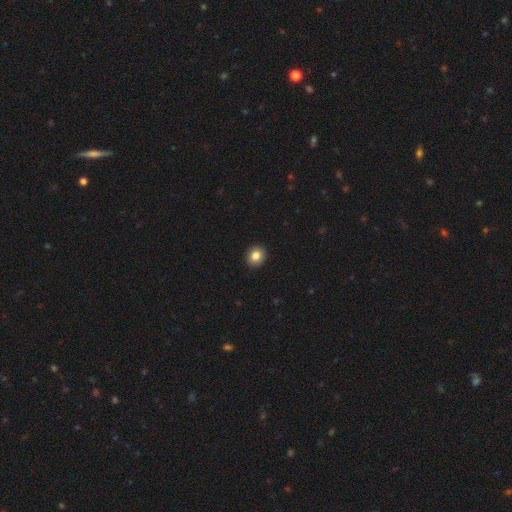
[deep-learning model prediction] Q: Smooth or featured?
A: smooth (84%); runner-up: star or artifact (9%)
Q: How rounded?
A: round (71%); runner-up: in between (28%)
Q: Merging?
A: none (91%); runner-up: minor disturbance (6%)